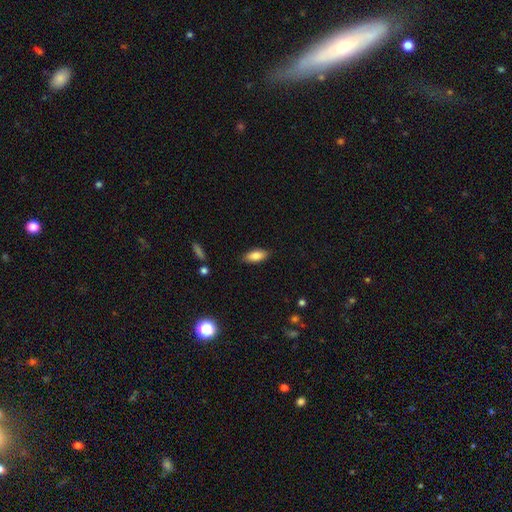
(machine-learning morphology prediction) Overall: smooth (83%). How rounded: in between (86%). Merging: none (86%).